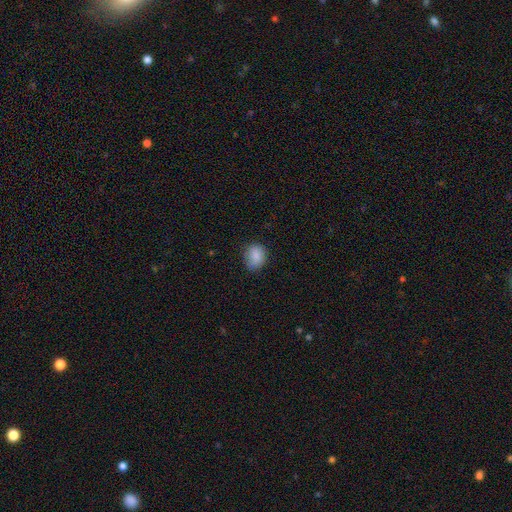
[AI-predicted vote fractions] Smooth or featured: smooth — 87% (star or artifact — 8%)
How rounded: round — 52% (in between — 47%)
Merging: none — 77% (minor disturbance — 19%)